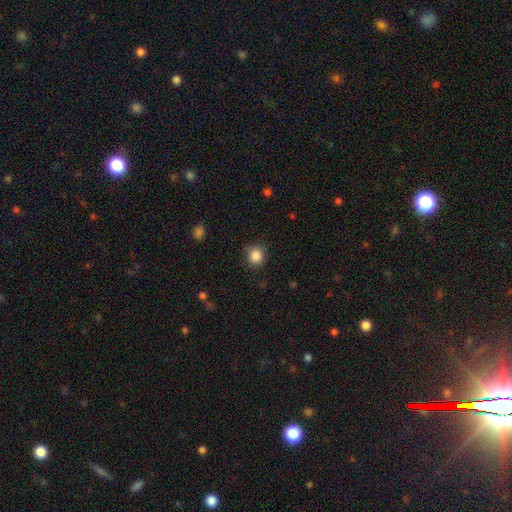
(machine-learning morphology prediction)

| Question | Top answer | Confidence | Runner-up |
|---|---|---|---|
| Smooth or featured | smooth | 86% | star or artifact (10%) |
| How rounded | round | 85% | in between (14%) |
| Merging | none | 83% | minor disturbance (13%) |